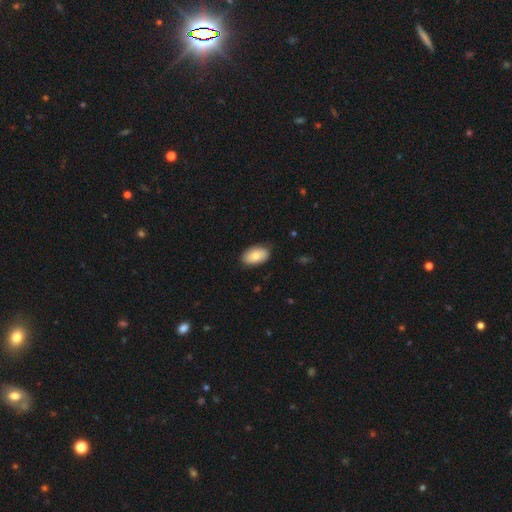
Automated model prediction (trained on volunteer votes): This is clearly a smooth galaxy (80%). How rounded: clearly in between (94%). Merging: clearly none (83%).